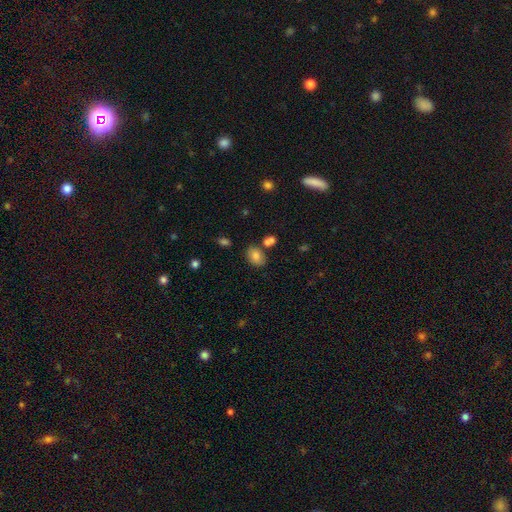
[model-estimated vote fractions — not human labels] Smooth or featured? Predicted: smooth (p=0.80). How rounded? Predicted: in between (p=0.73). Merging? Predicted: none (p=0.71).